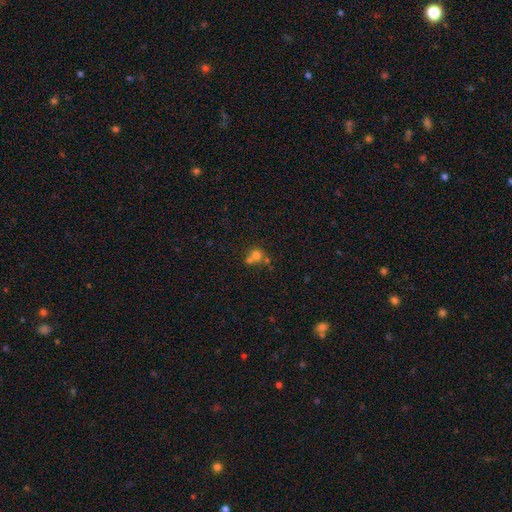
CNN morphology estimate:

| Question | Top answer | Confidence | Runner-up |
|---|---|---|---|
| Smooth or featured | smooth | 70% | star or artifact (16%) |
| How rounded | round | 82% | in between (17%) |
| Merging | merger | 48% | none (40%) |